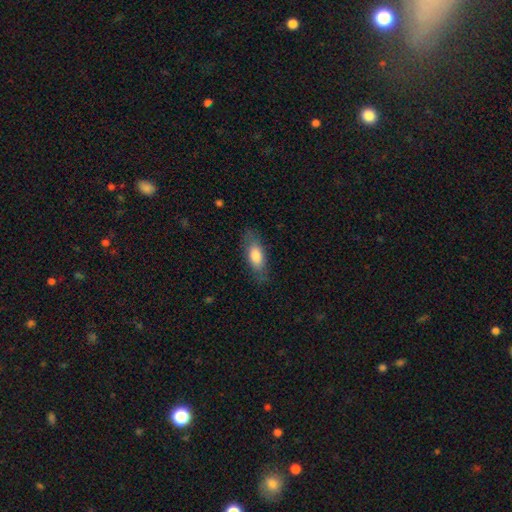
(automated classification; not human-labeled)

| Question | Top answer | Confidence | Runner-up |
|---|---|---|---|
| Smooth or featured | smooth | 76% | featured or disk (18%) |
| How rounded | in between | 77% | cigar-shaped (21%) |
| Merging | none | 78% | minor disturbance (16%) |